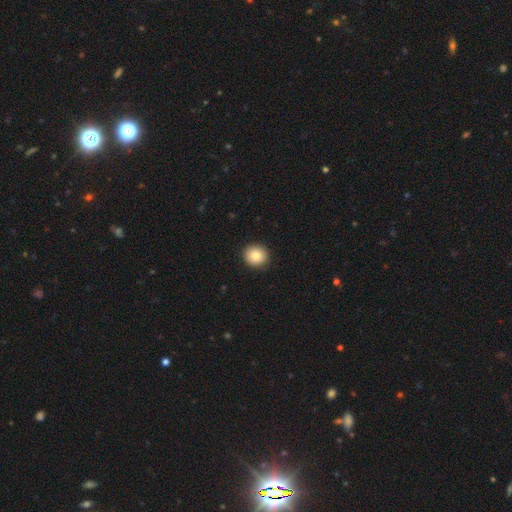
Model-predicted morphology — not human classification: Q: Smooth or featured?
A: smooth (83%); runner-up: star or artifact (9%)
Q: How rounded?
A: round (91%); runner-up: in between (9%)
Q: Merging?
A: none (92%); runner-up: minor disturbance (5%)